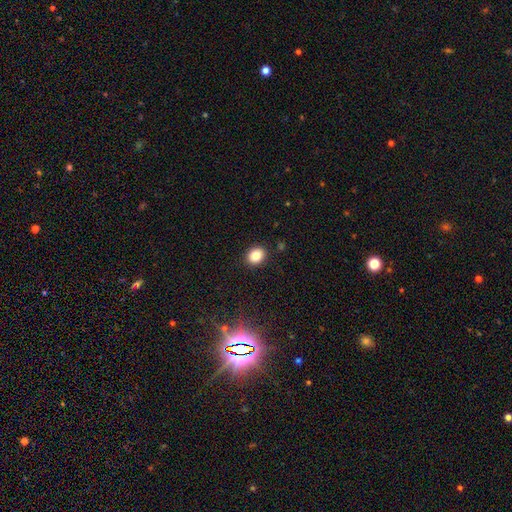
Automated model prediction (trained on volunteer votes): Overall: smooth (82%). How rounded: round (57%; in between 42%). Merging: none (90%).